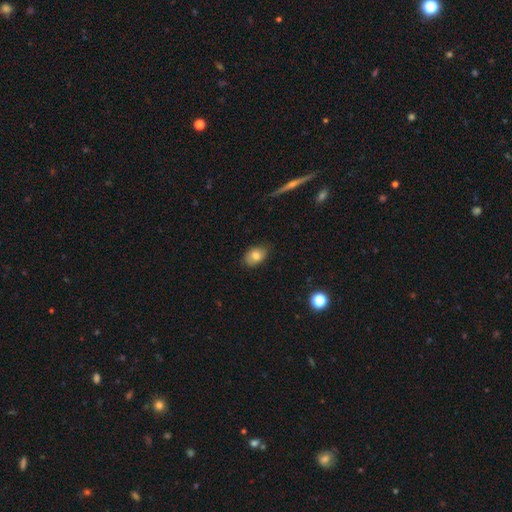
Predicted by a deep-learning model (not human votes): Q: Smooth or featured?
A: smooth (79%); runner-up: featured or disk (12%)
Q: How rounded?
A: in between (84%); runner-up: round (15%)
Q: Merging?
A: none (78%); runner-up: minor disturbance (18%)